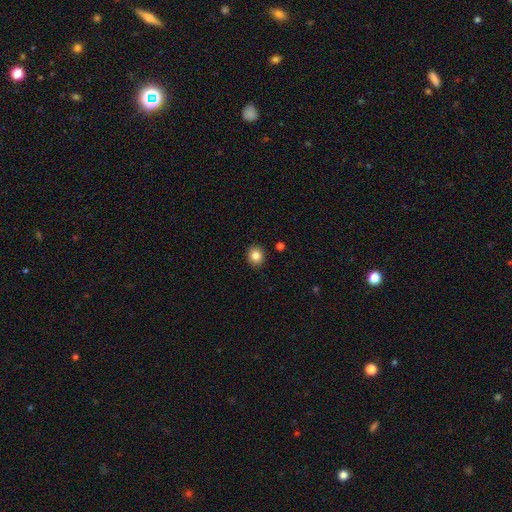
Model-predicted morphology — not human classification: smooth 84%, star or artifact 10%, featured or disk 6%. Down the decision tree: how rounded — round (78%); merging — none (91%).